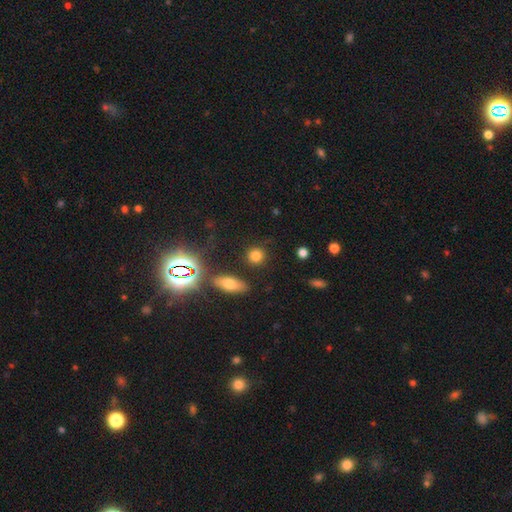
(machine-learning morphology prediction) Q: Smooth or featured?
A: smooth (78%); runner-up: star or artifact (16%)
Q: How rounded?
A: round (86%); runner-up: in between (12%)
Q: Merging?
A: none (83%); runner-up: minor disturbance (9%)